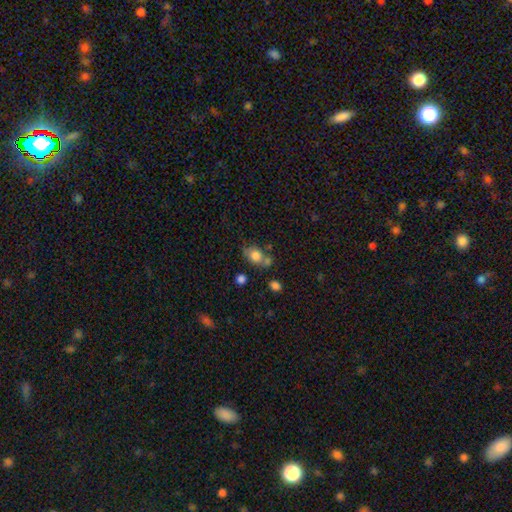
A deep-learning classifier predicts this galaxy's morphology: Smooth or featured? Predicted: smooth (p=0.76). How rounded? Predicted: in between (p=0.53). Merging? Predicted: none (p=0.47).